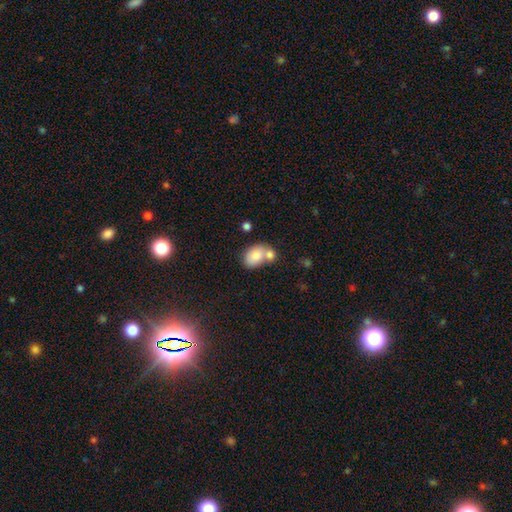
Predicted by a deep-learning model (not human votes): A smooth galaxy with no disk features (80%) that is in between round and cigar-shaped (78%).

Vote fractions:
- Smooth or featured? smooth: 80% / featured or disk: 13% / star or artifact: 7%
- How rounded? in between: 78% / round: 21% / cigar-shaped: 1%
- Merging? merger: 48% / none: 35% / minor disturbance: 12% / major disturbance: 4%